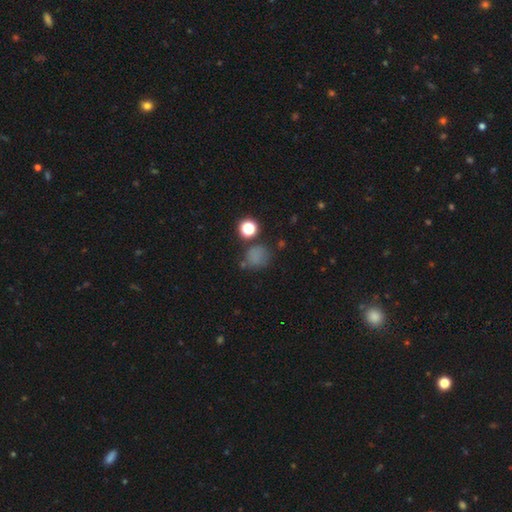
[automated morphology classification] This is likely a smooth galaxy (67%). How rounded: likely round (77%). Merging: likely none (63%).